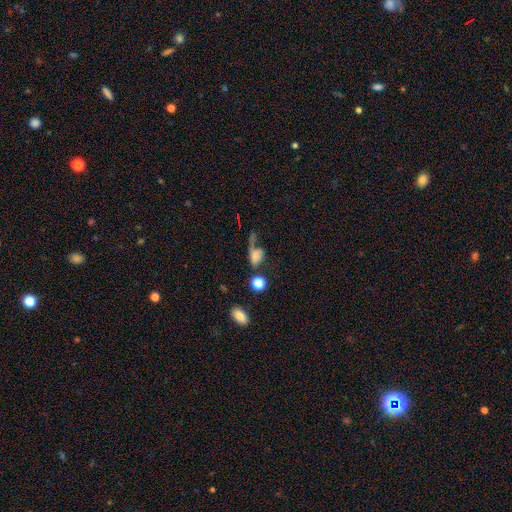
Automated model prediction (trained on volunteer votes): smooth_or_featured: smooth (p=0.58) [alt: featured or disk p=0.25]
how_rounded: in between (p=0.69) [alt: round p=0.26]
merging: major disturbance (p=0.36) [alt: none p=0.25]